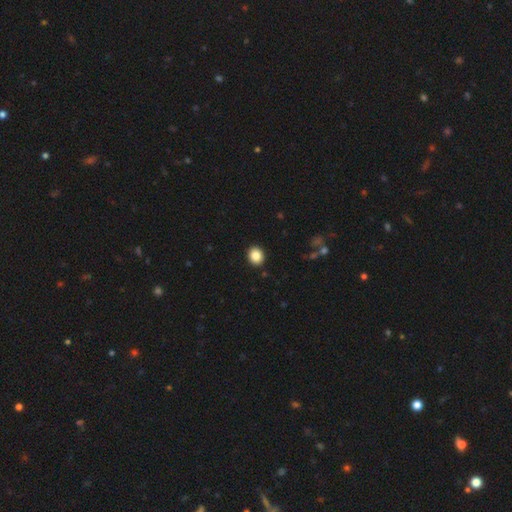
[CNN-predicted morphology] Smooth or featured? smooth (86%)
How rounded? round (69%)
Merging? none (92%)